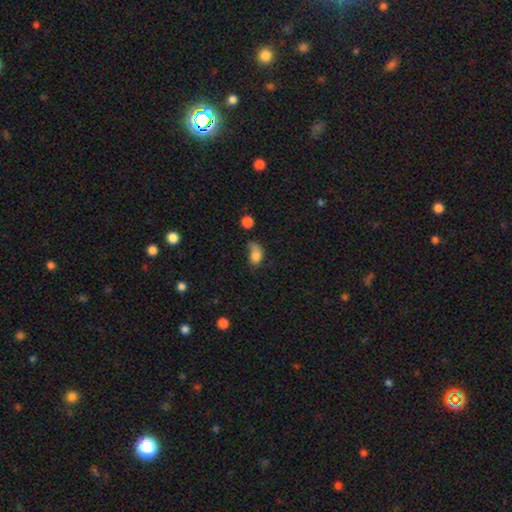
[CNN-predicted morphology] smooth 76%, featured or disk 13%, star or artifact 10%. Down the decision tree: how rounded — in between (76%); merging — major disturbance (32%).